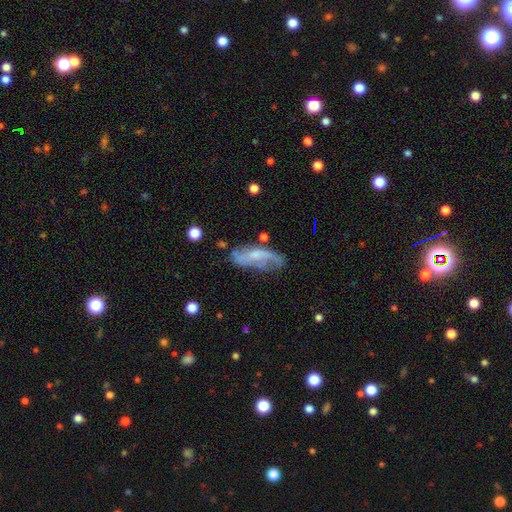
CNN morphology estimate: type=featured or disk (58%); edge-on=no (82%); merging=none (50%).